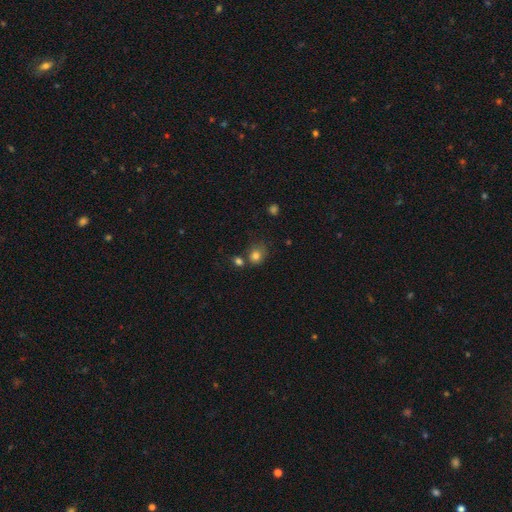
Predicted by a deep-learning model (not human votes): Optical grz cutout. It shows a smooth galaxy with no disk features (80%) that is round (67%). Merging: none (56%).